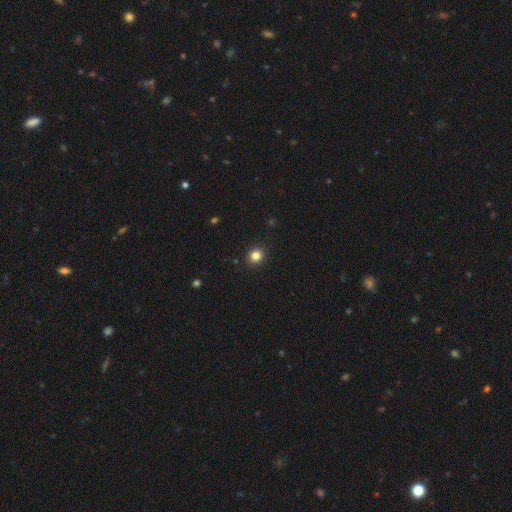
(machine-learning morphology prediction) smooth 83%, star or artifact 12%, featured or disk 5%. Down the decision tree: how rounded — round (83%); merging — none (92%).